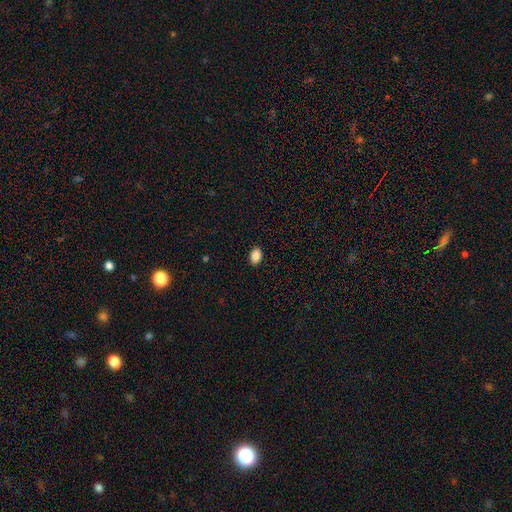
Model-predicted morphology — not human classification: A smooth galaxy with no disk features (87%) that is in between round and cigar-shaped (88%).

Vote fractions:
- Smooth or featured? smooth: 87% / star or artifact: 8% / featured or disk: 5%
- How rounded? in between: 88% / round: 11% / cigar-shaped: 1%
- Merging? none: 90% / minor disturbance: 7% / major disturbance: 2% / merger: 1%